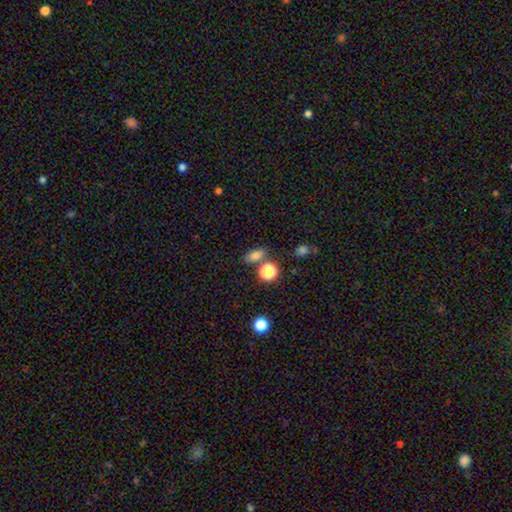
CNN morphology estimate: smooth-or-featured: smooth: 76% | star or artifact: 18% | featured or disk: 6%
  how-rounded: in between: 73% | round: 24% | cigar-shaped: 3%
  merging: none: 72% | minor disturbance: 12% | merger: 12% | major disturbance: 4%